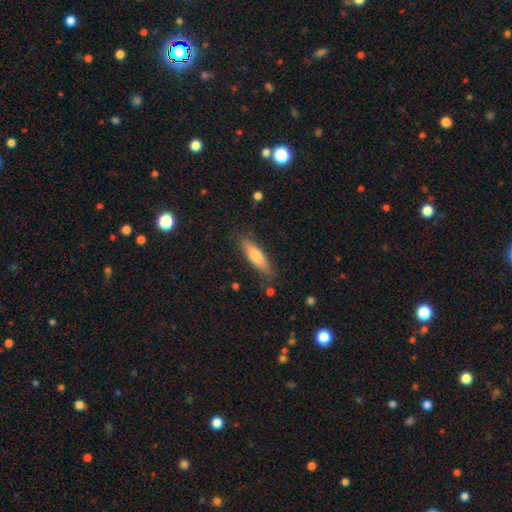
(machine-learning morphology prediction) smooth-or-featured: smooth: 70% | featured or disk: 23% | star or artifact: 6%
  how-rounded: cigar-shaped: 62% | in between: 36% | round: 2%
  merging: none: 82% | minor disturbance: 13% | major disturbance: 3% | merger: 2%